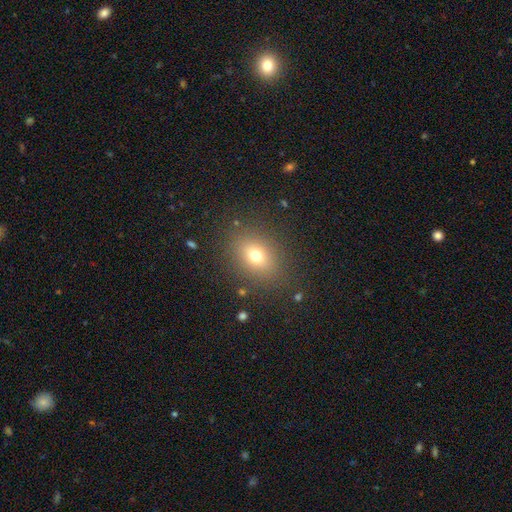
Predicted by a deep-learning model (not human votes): Smooth or featured?
  - smooth: 72% *
  - star or artifact: 16%
  - featured or disk: 12%
How rounded?
  - in between: 51% *
  - round: 48%
  - cigar-shaped: 1%
Merging?
  - none: 85% *
  - minor disturbance: 9%
  - major disturbance: 4%
  - merger: 1%